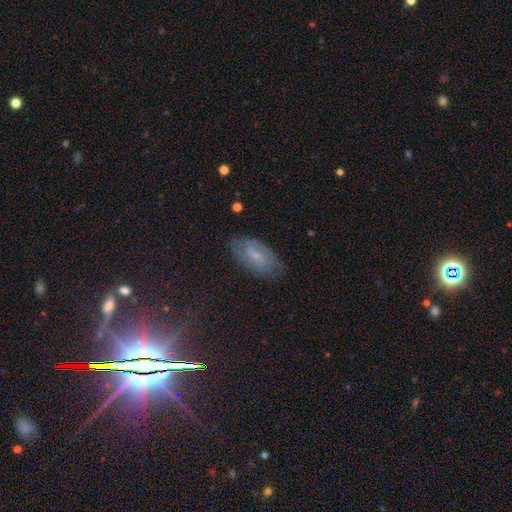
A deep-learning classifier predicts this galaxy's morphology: Smooth or featured? Predicted: featured or disk (p=0.51). Edge-on disk? Predicted: no (p=0.93). Merging? Predicted: none (p=0.76).